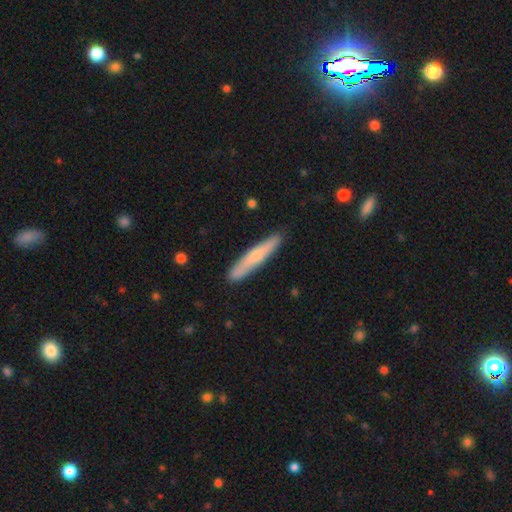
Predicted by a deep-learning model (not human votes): smooth_or_featured: smooth (p=0.58) [alt: featured or disk p=0.36]
how_rounded: cigar-shaped (p=0.93) [alt: in between p=0.05]
merging: none (p=0.88) [alt: minor disturbance p=0.09]